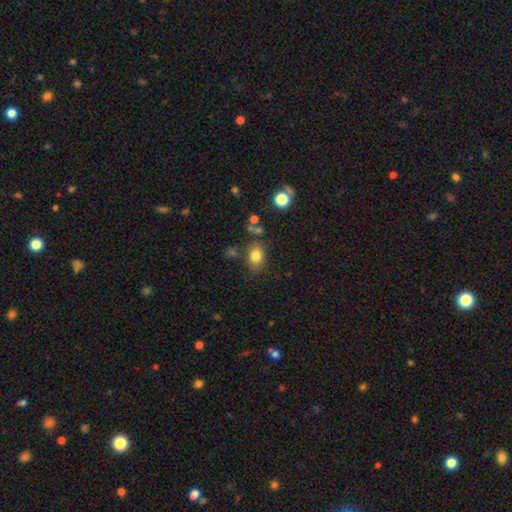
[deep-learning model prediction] The model was most divided on "how rounded": in between: 64%, round: 34%, cigar-shaped: 1%. More confident: smooth or featured — smooth (80%); merging — none (74%).